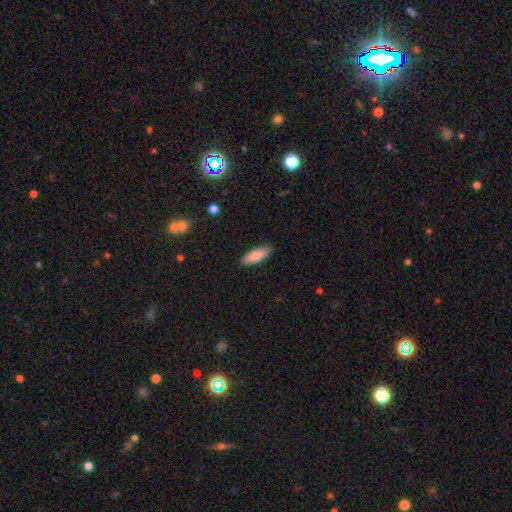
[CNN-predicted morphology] Overall: smooth (81%). How rounded: in between (61%; cigar-shaped 37%). Merging: none (88%).